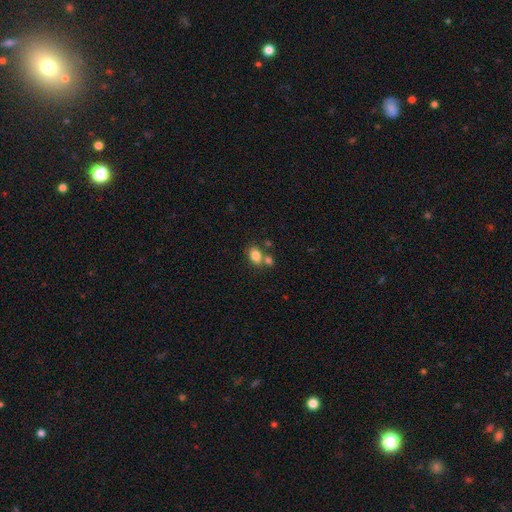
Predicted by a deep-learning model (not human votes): A smooth galaxy with no disk features (82%) that is in between round and cigar-shaped (76%).

Vote fractions:
- Smooth or featured? smooth: 82% / star or artifact: 10% / featured or disk: 8%
- How rounded? in between: 76% / round: 22% / cigar-shaped: 1%
- Merging? none: 52% / merger: 32% / minor disturbance: 12% / major disturbance: 4%